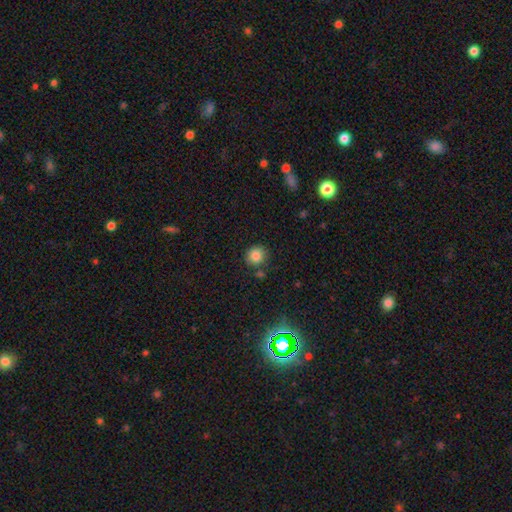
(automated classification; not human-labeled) This is clearly a smooth galaxy (84%). How rounded: clearly round (84%). Merging: likely none (78%).